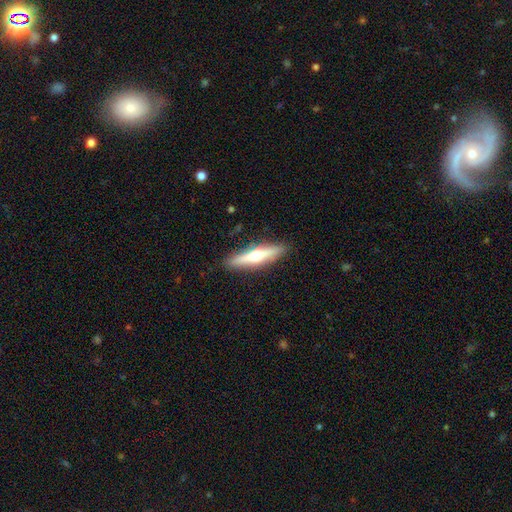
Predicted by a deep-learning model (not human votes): Smooth or featured: featured or disk — 50% (smooth — 45%)
Merging: none — 89% (minor disturbance — 8%)